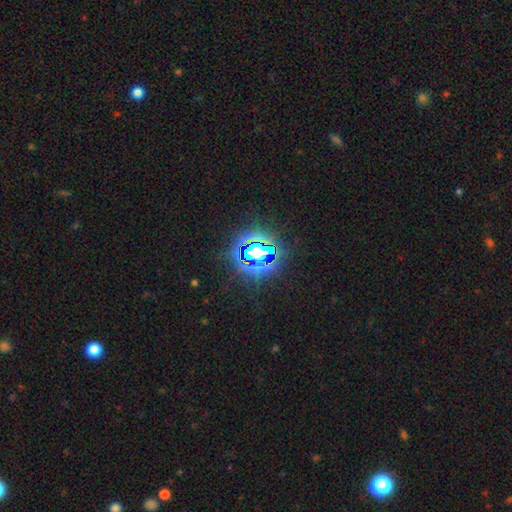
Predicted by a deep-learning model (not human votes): Overall: star or artifact (76%).